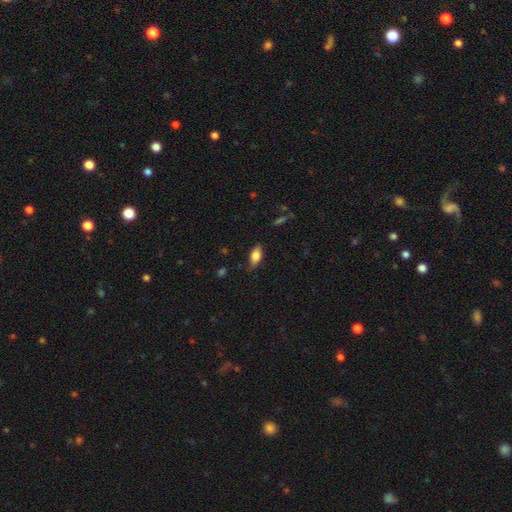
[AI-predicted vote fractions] A smooth galaxy with no disk features (77%) that is in between round and cigar-shaped (86%).

Vote fractions:
- Smooth or featured? smooth: 77% / featured or disk: 16% / star or artifact: 7%
- How rounded? in between: 86% / cigar-shaped: 11% / round: 4%
- Merging? none: 77% / minor disturbance: 19% / major disturbance: 3% / merger: 1%